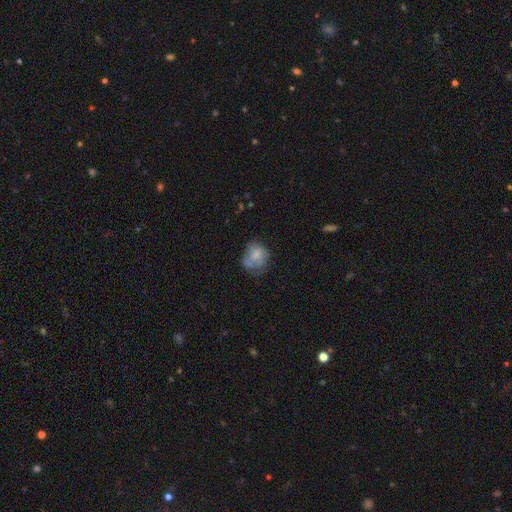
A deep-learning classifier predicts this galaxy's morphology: type=smooth (64%); roundness=round (67%); merging=none (46%).